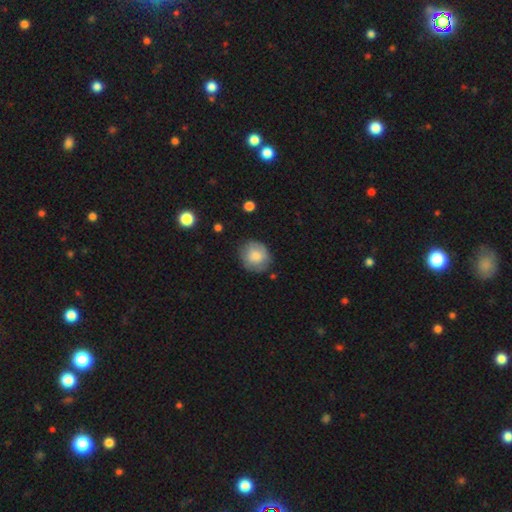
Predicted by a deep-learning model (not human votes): Smooth or featured: smooth — 77% (featured or disk — 16%)
How rounded: round — 78% (in between — 21%)
Merging: none — 75% (minor disturbance — 19%)